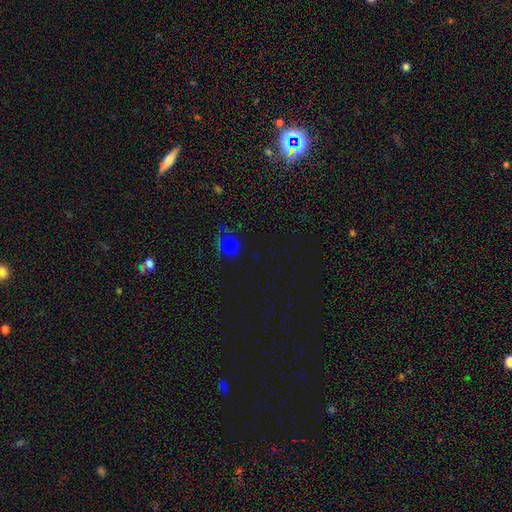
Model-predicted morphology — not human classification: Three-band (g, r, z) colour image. It shows a star or artifact, not a galaxy (47%).